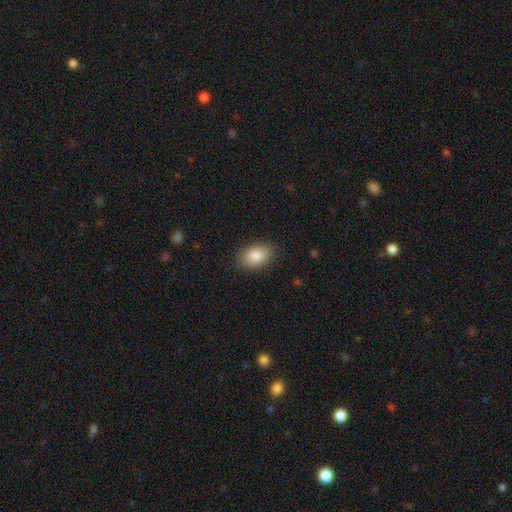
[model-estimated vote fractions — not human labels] This is clearly a smooth galaxy (86%). How rounded: clearly in between (89%). Merging: clearly none (86%).